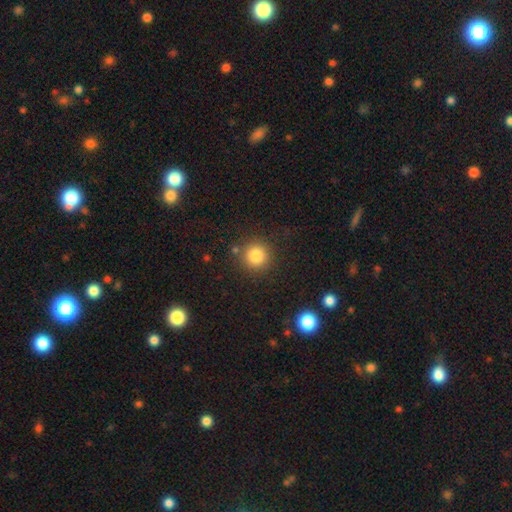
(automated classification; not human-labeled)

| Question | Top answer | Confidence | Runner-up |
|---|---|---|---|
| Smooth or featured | smooth | 83% | star or artifact (11%) |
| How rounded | round | 94% | in between (5%) |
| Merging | none | 85% | minor disturbance (8%) |